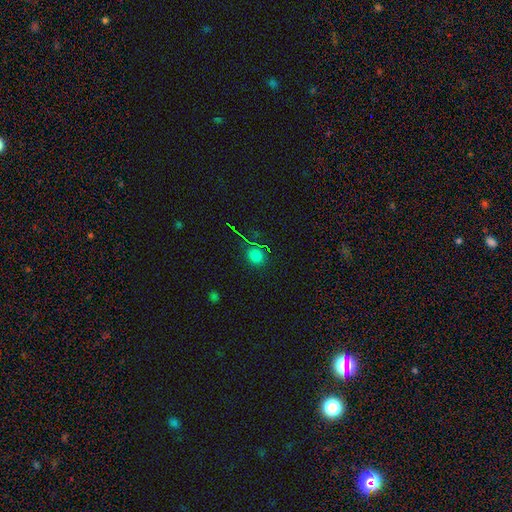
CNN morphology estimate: smooth_or_featured: smooth (p=0.70) [alt: star or artifact p=0.24]
how_rounded: round (p=0.80) [alt: in between p=0.18]
merging: none (p=0.85) [alt: minor disturbance p=0.09]